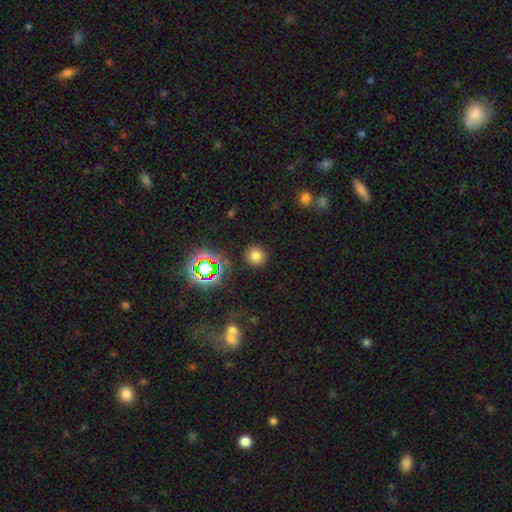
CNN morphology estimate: Smooth or featured? smooth (74%)
How rounded? round (91%)
Merging? none (89%)